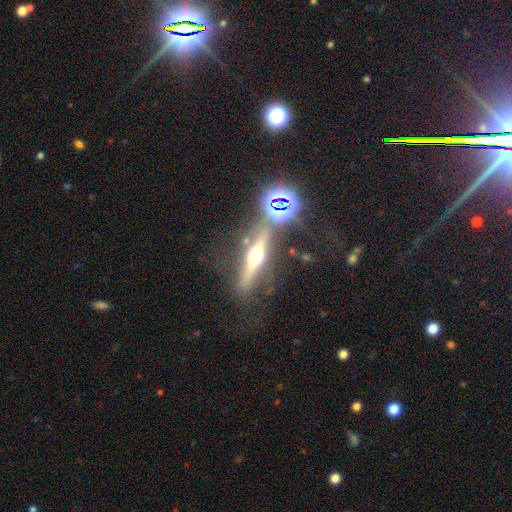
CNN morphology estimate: This is likely a featured or disk galaxy (73%). It is clearly viewed edge-on (94%). Edge-on bulge: clearly rounded (96%). Merging: likely none (74%).